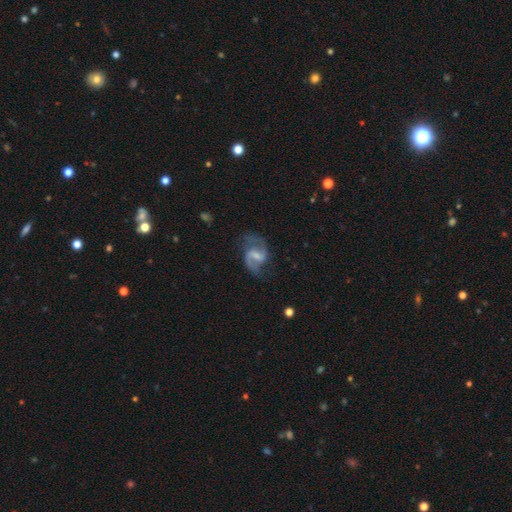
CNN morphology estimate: featured or disk 88%, smooth 7%, star or artifact 5%. Down the decision tree: edge-on disk — no (98%); bar — weak (58%); spiral arms — yes (97%); spiral arm count — 2 (93%); spiral winding — medium (51%); bulge size — small (43%); merging — none (73%).